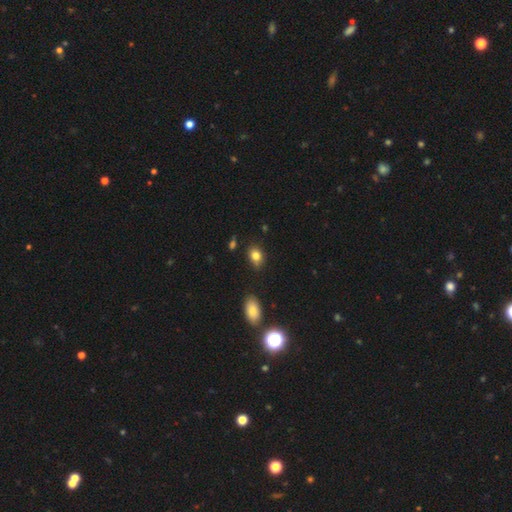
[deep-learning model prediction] Smooth or featured?
  - smooth: 82% *
  - star or artifact: 10%
  - featured or disk: 8%
How rounded?
  - in between: 66% *
  - round: 32%
  - cigar-shaped: 1%
Merging?
  - none: 79% *
  - minor disturbance: 15%
  - major disturbance: 3%
  - merger: 3%